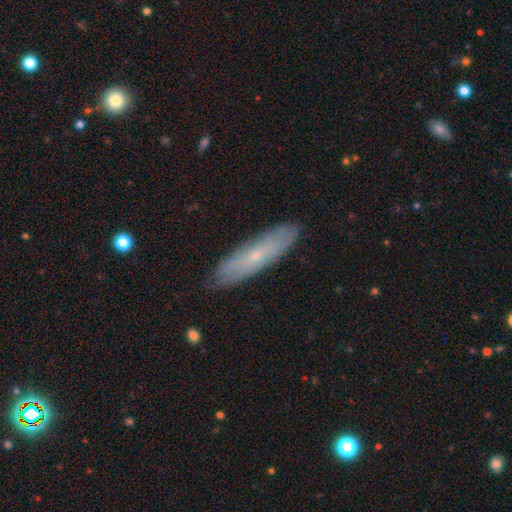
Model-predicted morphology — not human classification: The model was most divided on "smooth or featured": featured or disk: 49%, smooth: 44%, star or artifact: 7%. More confident: merging — none (85%).